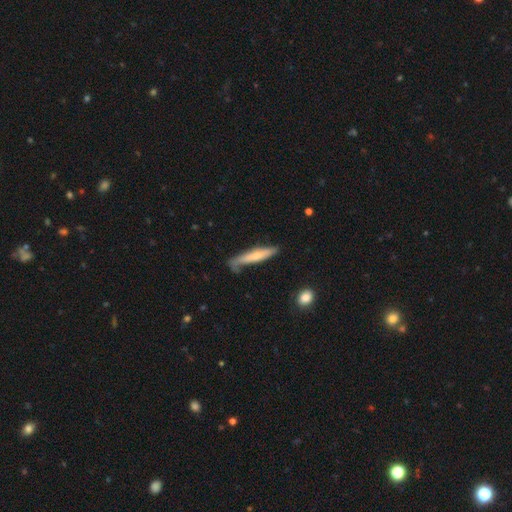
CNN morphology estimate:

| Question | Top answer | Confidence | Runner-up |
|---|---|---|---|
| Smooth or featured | smooth | 59% | featured or disk (36%) |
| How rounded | cigar-shaped | 89% | in between (10%) |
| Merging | none | 54% | minor disturbance (30%) |